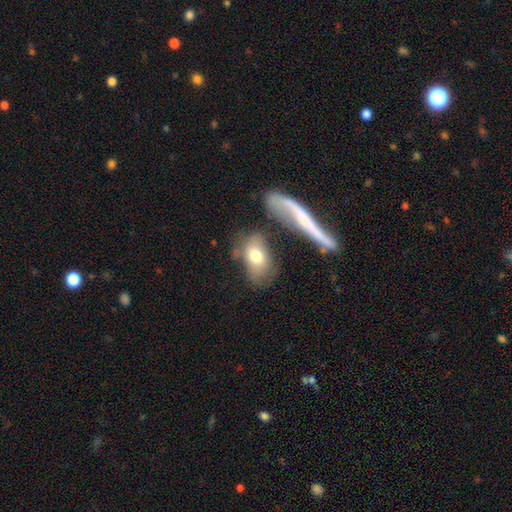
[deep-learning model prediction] Smooth or featured: smooth — 72% (featured or disk — 21%)
How rounded: in between — 83% (round — 13%)
Merging: none — 53% (minor disturbance — 18%)